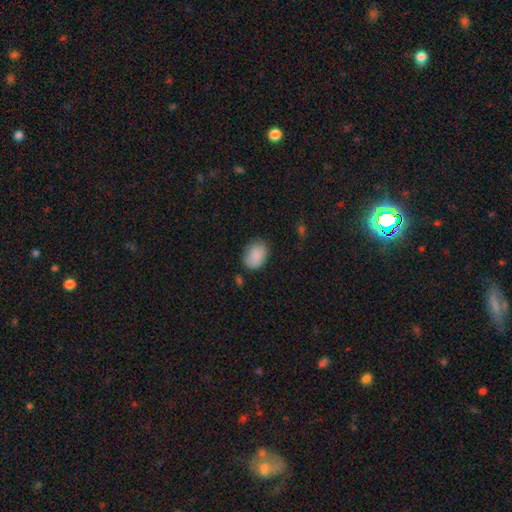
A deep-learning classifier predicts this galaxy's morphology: type=smooth (88%); roundness=in between (72%); merging=none (76%).